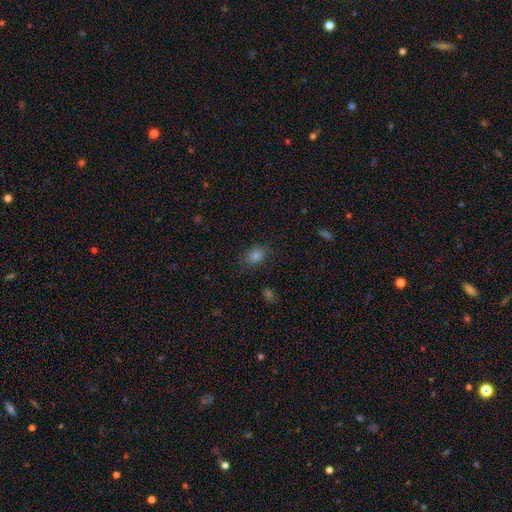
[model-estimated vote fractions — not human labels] This is likely a smooth galaxy (76%). How rounded: likely in between (62%). Merging: clearly none (81%).